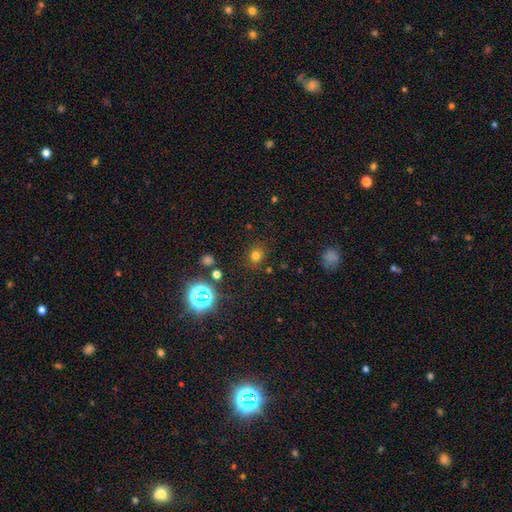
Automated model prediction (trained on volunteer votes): The model was most divided on "smooth or featured": smooth: 72%, star or artifact: 22%, featured or disk: 7%. More confident: merging — none (84%); how rounded — round (83%).